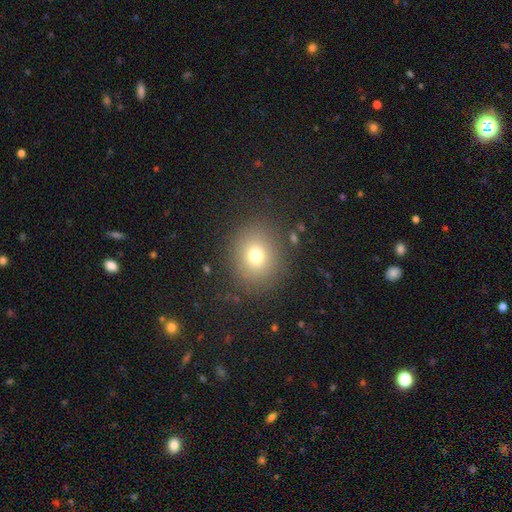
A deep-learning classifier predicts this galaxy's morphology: Q: Smooth or featured?
A: smooth (74%); runner-up: star or artifact (15%)
Q: How rounded?
A: round (72%); runner-up: in between (27%)
Q: Merging?
A: none (85%); runner-up: minor disturbance (9%)